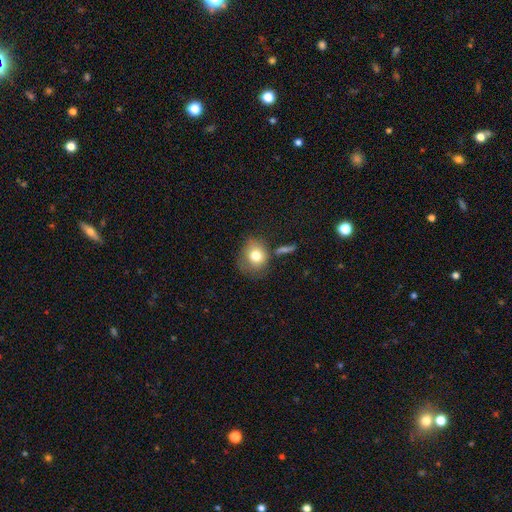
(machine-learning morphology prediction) A smooth galaxy with no disk features (76%) that is round (71%). Merging: none (57%).